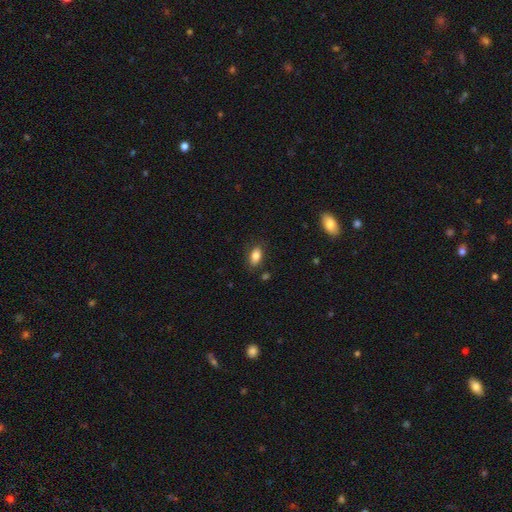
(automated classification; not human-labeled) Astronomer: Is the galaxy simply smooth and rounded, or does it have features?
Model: smooth — 84%.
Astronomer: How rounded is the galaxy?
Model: in between — 90%.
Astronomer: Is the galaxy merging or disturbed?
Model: none — 82%.